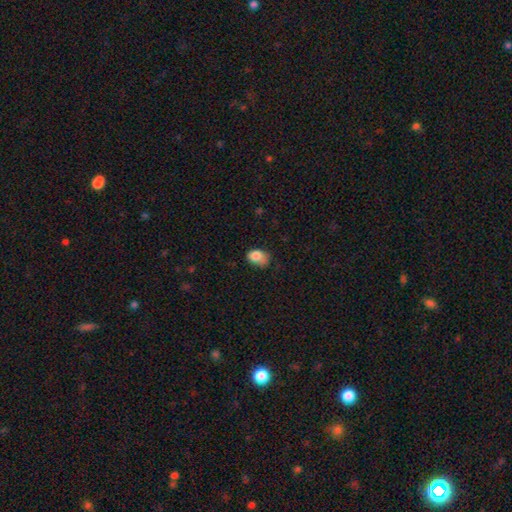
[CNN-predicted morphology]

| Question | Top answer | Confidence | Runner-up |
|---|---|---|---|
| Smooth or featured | smooth | 82% | star or artifact (9%) |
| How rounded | in between | 77% | round (22%) |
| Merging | minor disturbance | 42% | none (40%) |